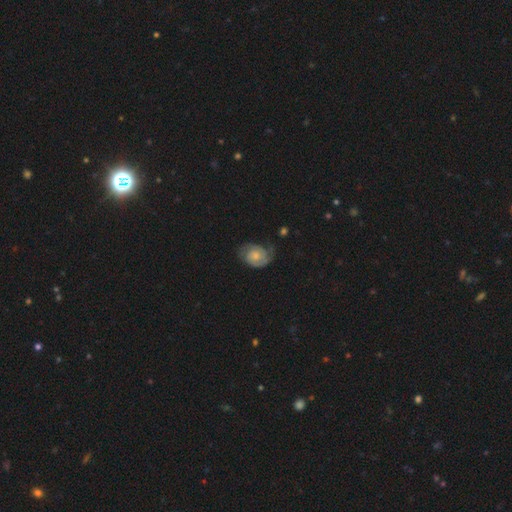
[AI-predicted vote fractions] smooth-or-featured: featured or disk: 71% | smooth: 23% | star or artifact: 6%
  disk-edge-on: no: 98% | yes: 2%
    bar: no: 74% | weak: 23% | strong: 3%
    has-spiral-arms: yes: 93% | no: 7%
      spiral-winding: tight: 52% | medium: 35% | loose: 13%
      spiral-arm-count: 2: 72% | can't tell: 13% | 1: 7% | 3: 5% | 4: 2% | more than 4: 2%
    bulge-size: small: 44% | moderate: 40% | none: 9% | large: 6% | dominant: 2%
  merging: none: 59% | minor disturbance: 26% | major disturbance: 13% | merger: 2%